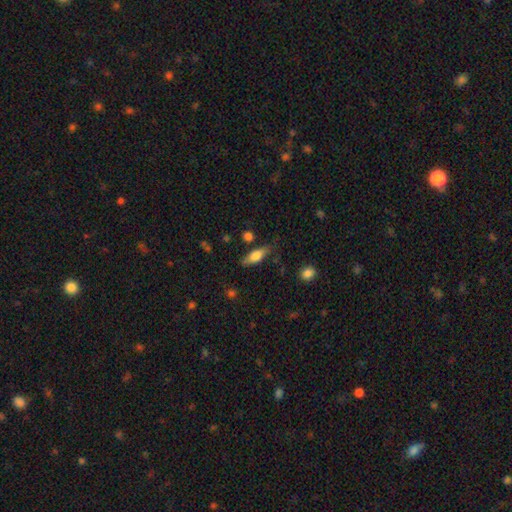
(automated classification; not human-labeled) This appears to be a smooth galaxy with no disk features (70%) that is in between round and cigar-shaped (66%). Merging: none (73%).